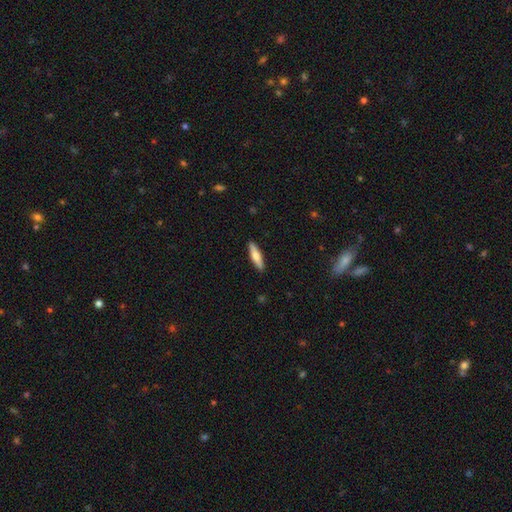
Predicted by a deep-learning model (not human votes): smooth-or-featured: smooth: 61% | featured or disk: 33% | star or artifact: 5%
  how-rounded: cigar-shaped: 78% | in between: 20% | round: 2%
  merging: none: 90% | minor disturbance: 7% | major disturbance: 1% | merger: 1%